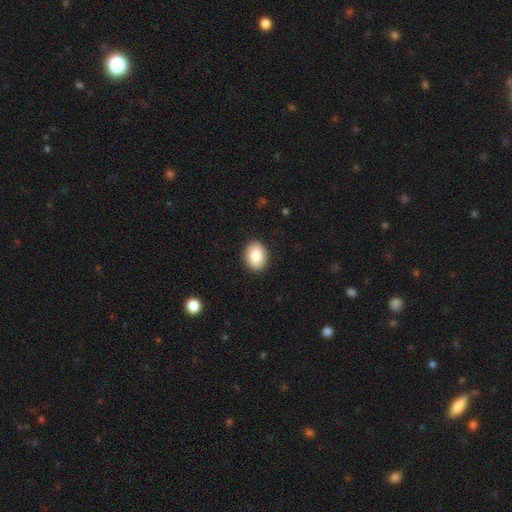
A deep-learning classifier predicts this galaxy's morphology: This appears to be a smooth galaxy with no disk features (86%) that is in between round and cigar-shaped (69%). Merging: none (91%).